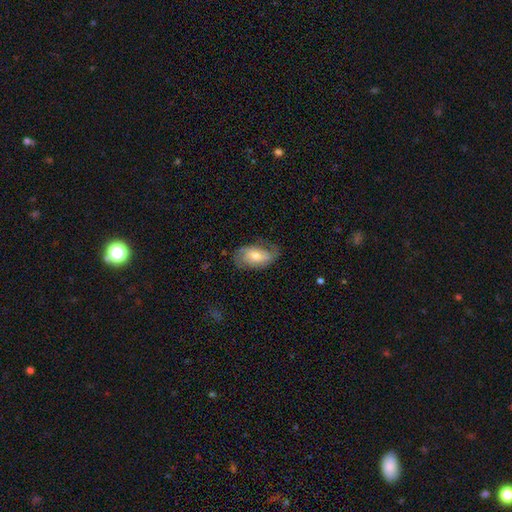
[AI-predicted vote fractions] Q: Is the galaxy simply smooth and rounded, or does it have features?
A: featured or disk — 54%.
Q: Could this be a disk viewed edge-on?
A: no — 94%.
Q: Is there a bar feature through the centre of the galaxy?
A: no — 55%.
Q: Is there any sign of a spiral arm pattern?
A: yes — 81%.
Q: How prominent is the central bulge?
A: moderate — 59%.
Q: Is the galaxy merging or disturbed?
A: none — 64%.